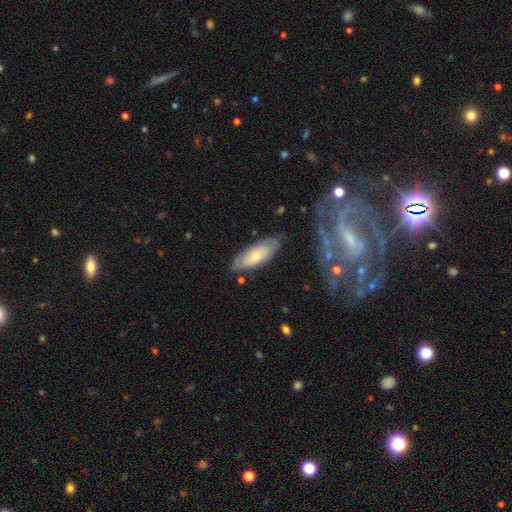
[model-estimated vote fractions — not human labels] Morphology: type=smooth (54%); roundness=in between (72%); merging=none (75%).